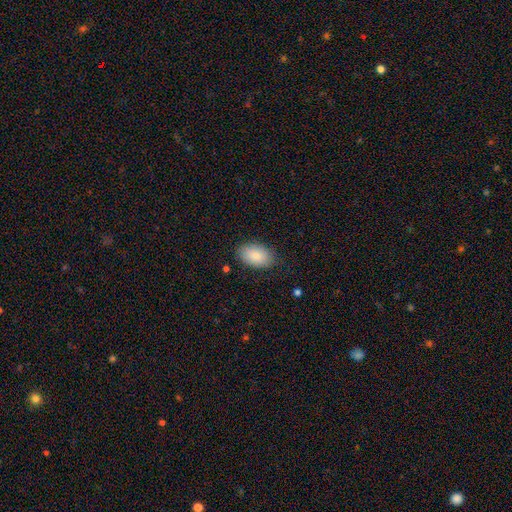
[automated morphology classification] Smooth or featured? Predicted: smooth (p=0.87). How rounded? Predicted: in between (p=0.93). Merging? Predicted: none (p=0.83).